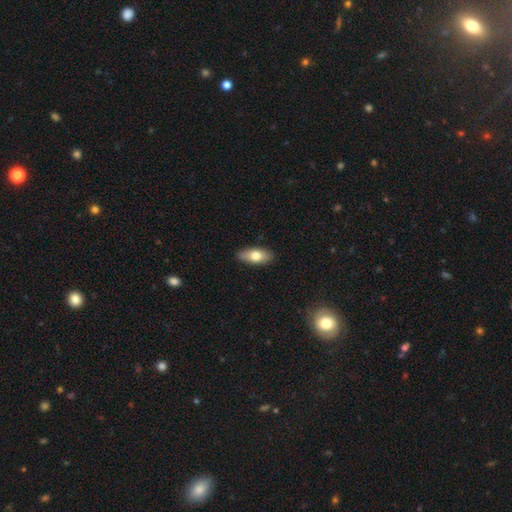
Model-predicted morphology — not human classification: A smooth galaxy with no disk features (72%) that is in between round and cigar-shaped (85%).

Vote fractions:
- Smooth or featured? smooth: 72% / featured or disk: 22% / star or artifact: 6%
- How rounded? in between: 85% / cigar-shaped: 11% / round: 3%
- Merging? none: 88% / minor disturbance: 9% / major disturbance: 2% / merger: 1%